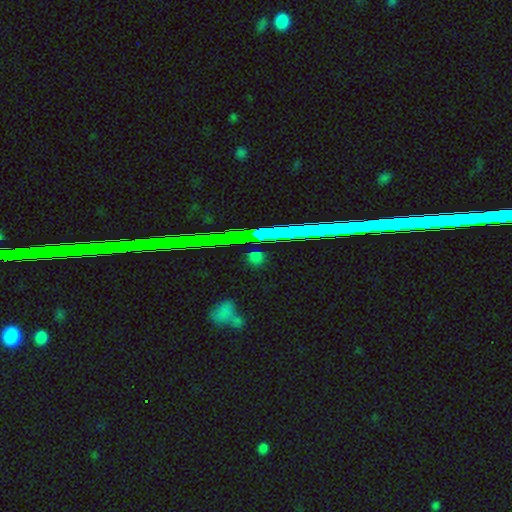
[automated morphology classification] smooth-or-featured: star or artifact: 64% | smooth: 24% | featured or disk: 12%